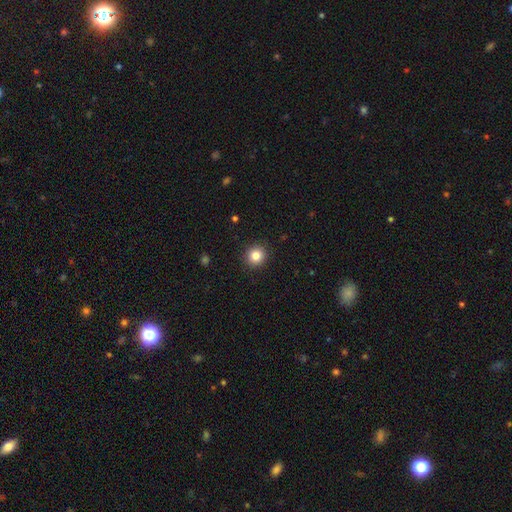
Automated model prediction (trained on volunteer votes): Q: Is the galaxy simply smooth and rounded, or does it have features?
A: smooth — 83%.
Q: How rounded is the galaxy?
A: round — 92%.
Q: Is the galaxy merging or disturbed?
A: none — 92%.